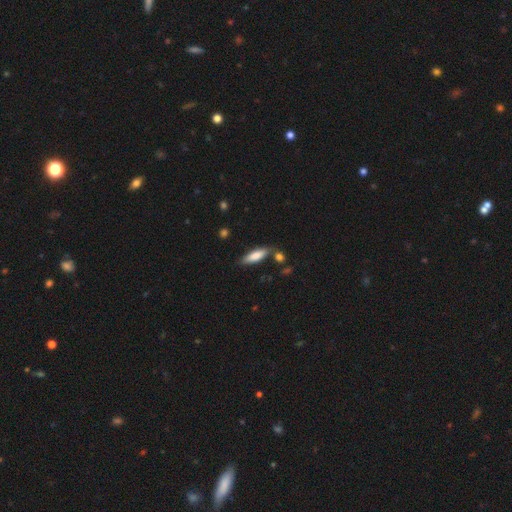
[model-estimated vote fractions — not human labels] Smooth or featured?
  - smooth: 78% *
  - featured or disk: 16%
  - star or artifact: 6%
How rounded?
  - cigar-shaped: 51% *
  - in between: 47%
  - round: 2%
Merging?
  - none: 76% *
  - minor disturbance: 15%
  - merger: 6%
  - major disturbance: 3%